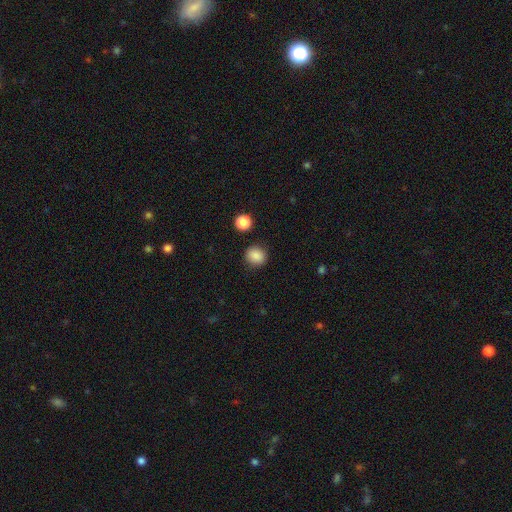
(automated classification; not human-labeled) Smooth or featured?
  - smooth: 87% *
  - star or artifact: 10%
  - featured or disk: 3%
How rounded?
  - round: 83% *
  - in between: 16%
  - cigar-shaped: 1%
Merging?
  - none: 89% *
  - minor disturbance: 7%
  - major disturbance: 2%
  - merger: 2%